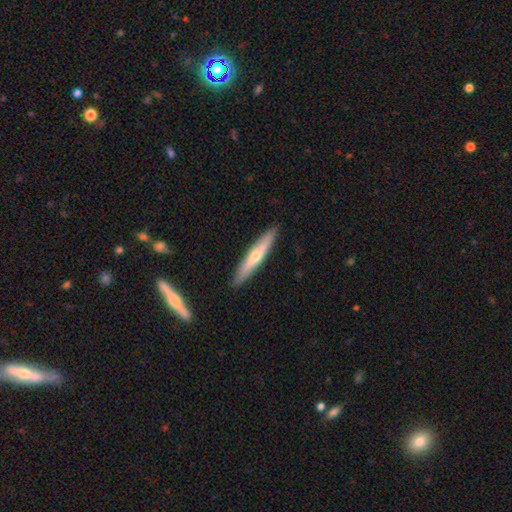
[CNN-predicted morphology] Q: Smooth or featured?
A: featured or disk (49%); runner-up: smooth (46%)
Q: Merging?
A: none (90%); runner-up: minor disturbance (7%)